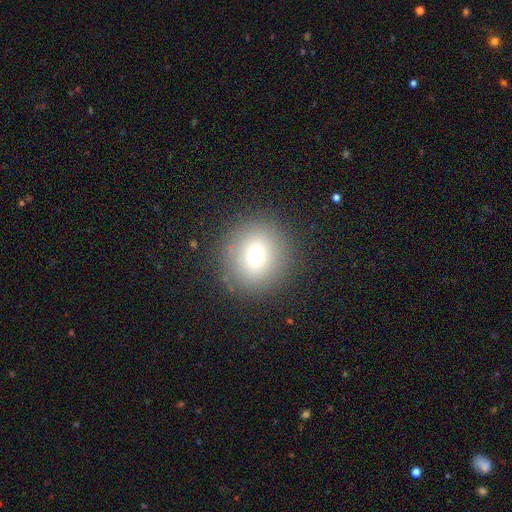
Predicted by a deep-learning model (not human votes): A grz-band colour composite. It shows a smooth galaxy with no disk features (70%) that is round (90%). Merging: none (87%).